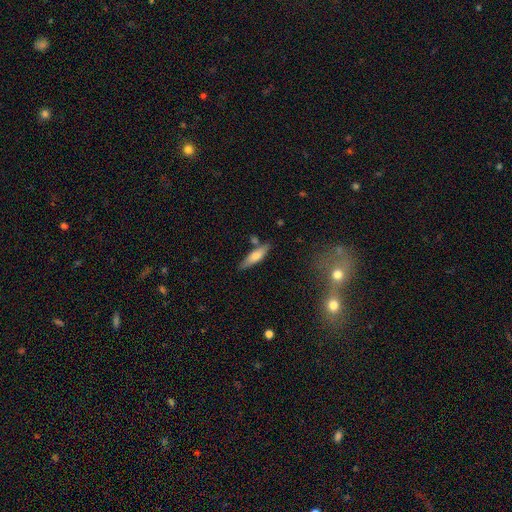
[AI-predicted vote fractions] This appears to be a smooth galaxy with no disk features (66%) that is cigar-shaped (64%). Merging: none (75%).